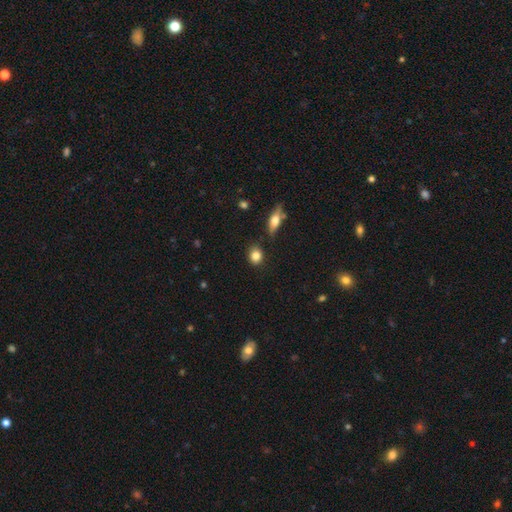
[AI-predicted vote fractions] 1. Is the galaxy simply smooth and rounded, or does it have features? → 84% smooth, 9% star or artifact, 7% featured or disk.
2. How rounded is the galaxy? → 64% round, 34% in between, 2% cigar-shaped.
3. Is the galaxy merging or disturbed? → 83% none, 11% minor disturbance, 4% merger, 3% major disturbance.